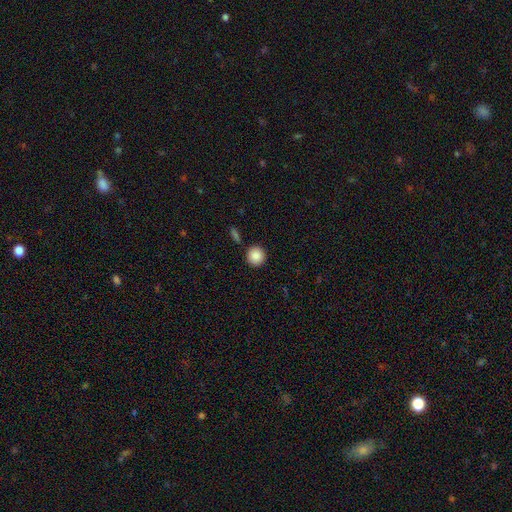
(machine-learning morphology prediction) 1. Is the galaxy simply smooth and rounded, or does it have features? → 88% smooth, 8% star or artifact, 4% featured or disk.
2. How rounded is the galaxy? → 94% round, 5% in between, 1% cigar-shaped.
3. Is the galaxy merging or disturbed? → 88% none, 6% minor disturbance, 4% merger, 2% major disturbance.